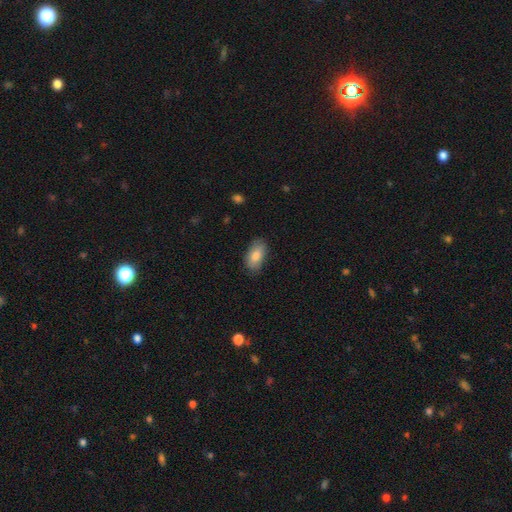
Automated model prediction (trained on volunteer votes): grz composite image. It shows a smooth galaxy with no disk features (84%) that is in between round and cigar-shaped (92%). Merging: none (80%).